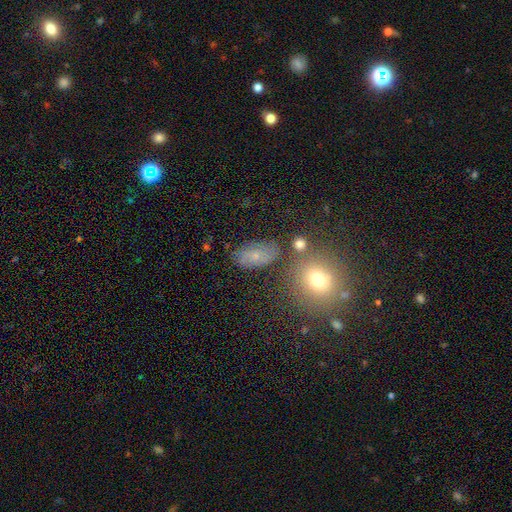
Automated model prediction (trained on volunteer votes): Morphology: type=smooth (54%); roundness=in between (81%); merging=none (68%).